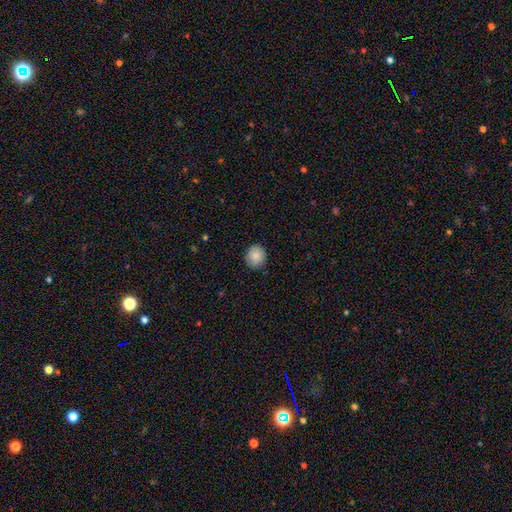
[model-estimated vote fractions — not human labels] This appears to be a smooth galaxy with no disk features (87%) that is round (86%). Merging: none (89%).